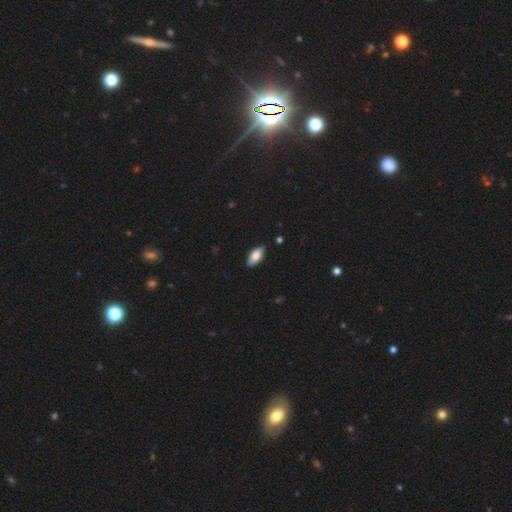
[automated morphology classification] This is clearly a smooth galaxy (80%). How rounded: clearly in between (88%). Merging: clearly none (85%).